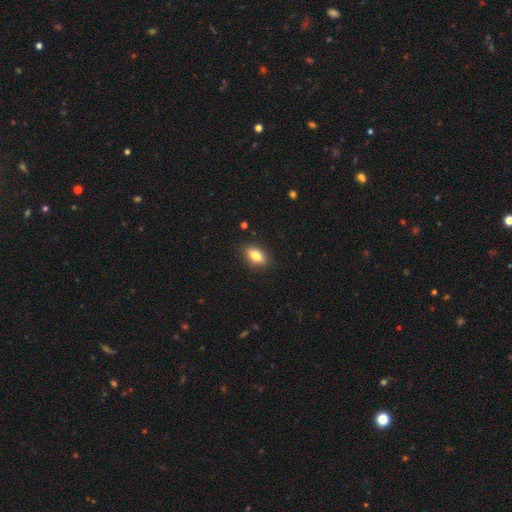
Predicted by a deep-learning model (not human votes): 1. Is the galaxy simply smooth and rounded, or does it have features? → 79% smooth, 14% featured or disk, 8% star or artifact.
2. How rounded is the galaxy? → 84% in between, 9% cigar-shaped, 7% round.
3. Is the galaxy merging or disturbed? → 87% none, 10% minor disturbance, 2% major disturbance, 1% merger.